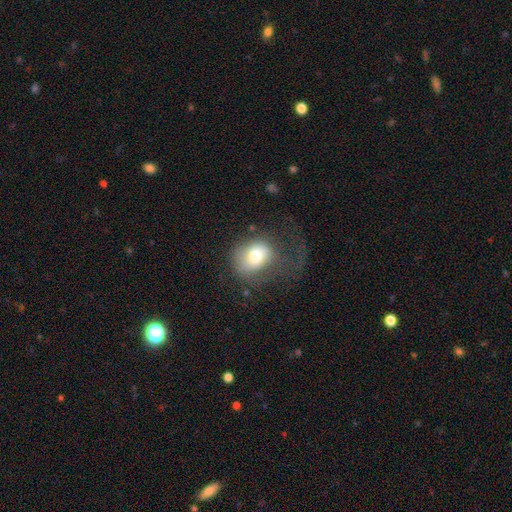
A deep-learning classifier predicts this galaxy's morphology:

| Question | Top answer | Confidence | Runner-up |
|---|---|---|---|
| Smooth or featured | smooth | 71% | featured or disk (20%) |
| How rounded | round | 52% | in between (47%) |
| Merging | major disturbance | 44% | none (31%) |